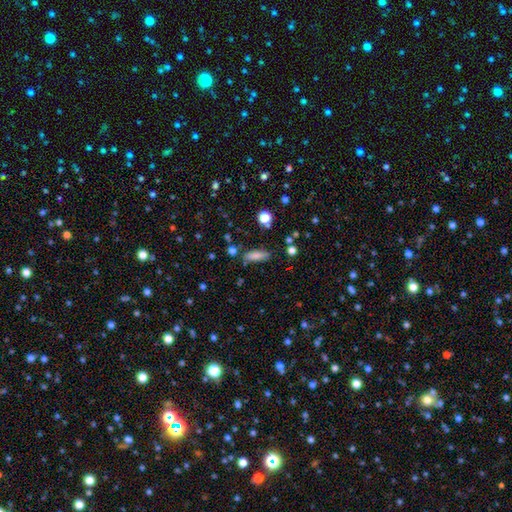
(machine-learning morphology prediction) Smooth or featured?
  - smooth: 80% *
  - star or artifact: 10%
  - featured or disk: 10%
How rounded?
  - in between: 55% *
  - cigar-shaped: 41%
  - round: 3%
Merging?
  - none: 78% *
  - minor disturbance: 15%
  - merger: 4%
  - major disturbance: 4%